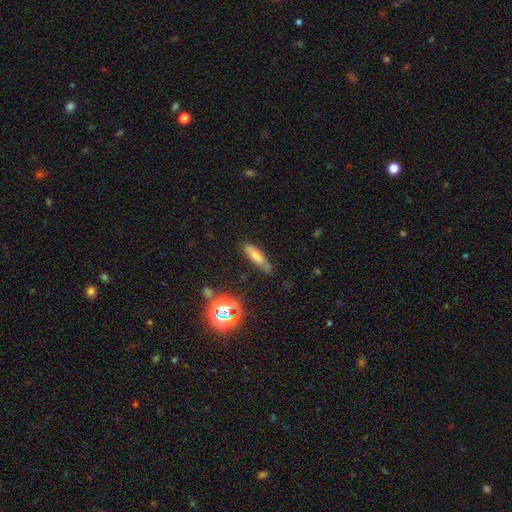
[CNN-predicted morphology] A smooth galaxy with no disk features (59%) that is cigar-shaped (66%). Merging: none (76%).